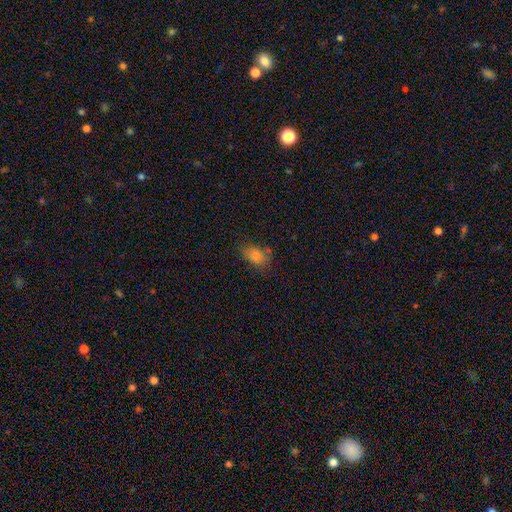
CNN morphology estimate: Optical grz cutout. It shows a smooth galaxy with no disk features (80%) that is in between round and cigar-shaped (78%). Merging: none (65%).